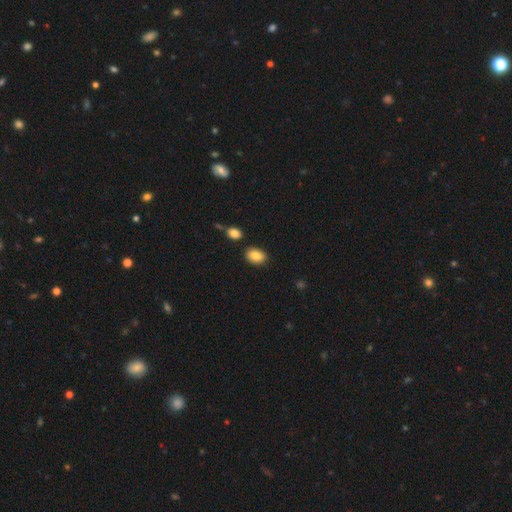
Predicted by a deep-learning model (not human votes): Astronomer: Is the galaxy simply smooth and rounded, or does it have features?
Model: smooth — 87%.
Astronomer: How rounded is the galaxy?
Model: in between — 81%.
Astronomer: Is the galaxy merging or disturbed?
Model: none — 81%.